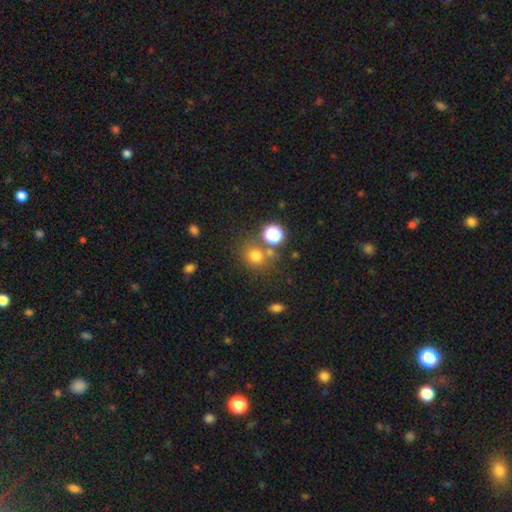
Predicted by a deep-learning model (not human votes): This is likely a smooth galaxy (73%). How rounded: clearly round (81%). Merging: likely none (67%).